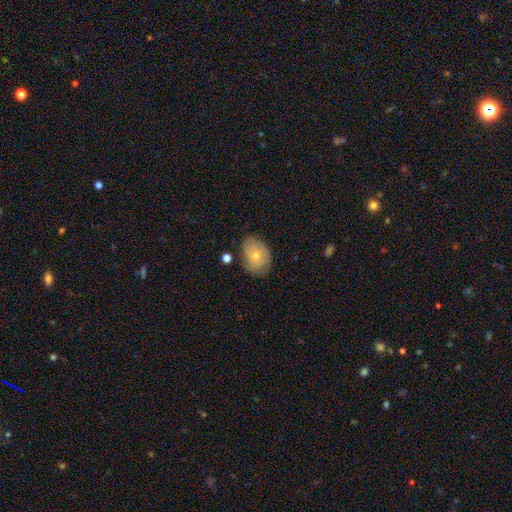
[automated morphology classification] smooth-or-featured: smooth: 56% | featured or disk: 37% | star or artifact: 8%
  how-rounded: in between: 67% | round: 32% | cigar-shaped: 1%
  merging: none: 68% | minor disturbance: 23% | major disturbance: 6% | merger: 3%